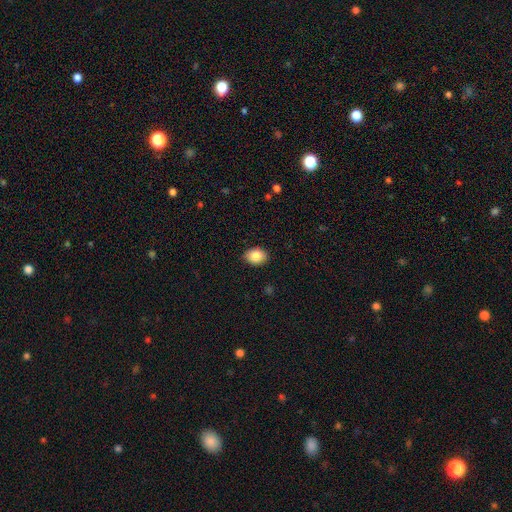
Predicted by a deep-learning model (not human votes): The model was most divided on "how rounded": in between: 70%, round: 29%, cigar-shaped: 1%. More confident: merging — none (89%); smooth or featured — smooth (84%).